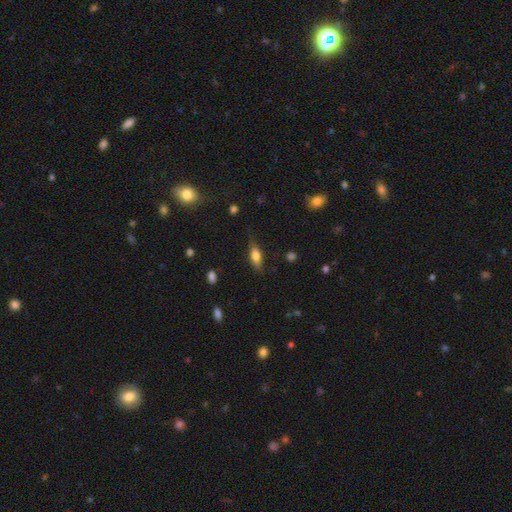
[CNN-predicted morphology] Overall: smooth (68%). How rounded: in between (67%; cigar-shaped 30%). Merging: none (73%).